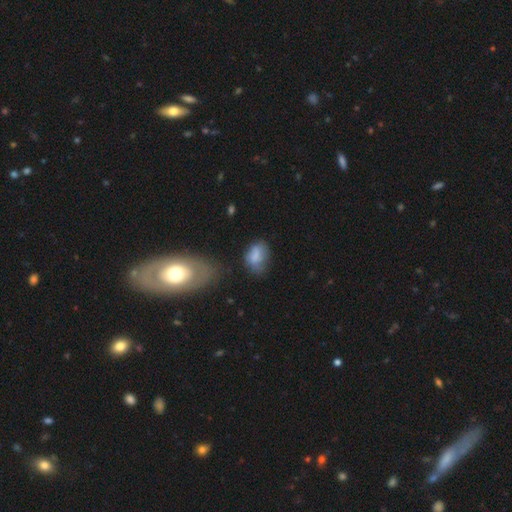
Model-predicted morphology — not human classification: smooth 71%, featured or disk 19%, star or artifact 10%. Down the decision tree: how rounded — in between (79%); merging — none (44%).